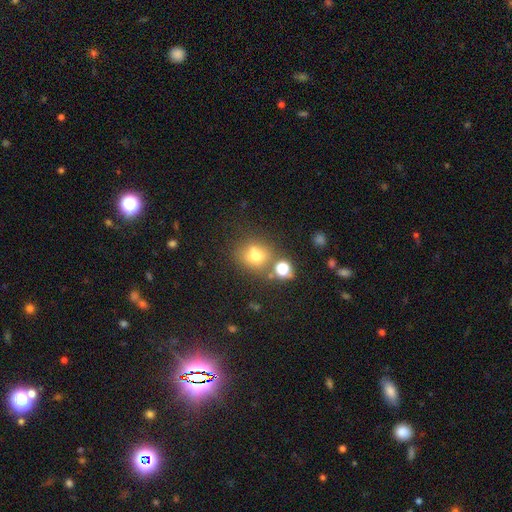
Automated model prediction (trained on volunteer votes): Overall: smooth (67%). How rounded: round (74%). Merging: none (56%; merger 25%).